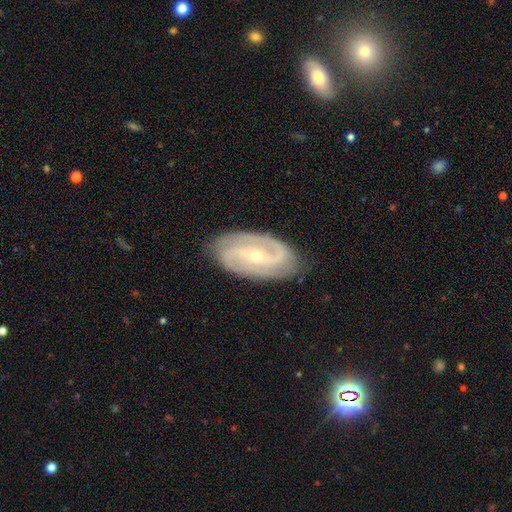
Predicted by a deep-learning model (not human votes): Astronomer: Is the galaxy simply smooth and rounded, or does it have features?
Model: featured or disk — 90%.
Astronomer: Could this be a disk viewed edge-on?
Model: no — 96%.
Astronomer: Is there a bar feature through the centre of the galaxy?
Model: strong — 37% (runner-up: weak, 36%).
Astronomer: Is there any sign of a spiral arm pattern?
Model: yes — 97%.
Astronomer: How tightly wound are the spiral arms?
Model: medium — 47% (runner-up: tight, 37%).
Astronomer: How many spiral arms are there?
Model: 2 — 80%.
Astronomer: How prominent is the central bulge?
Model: small — 70%.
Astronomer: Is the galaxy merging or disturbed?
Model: none — 82%.